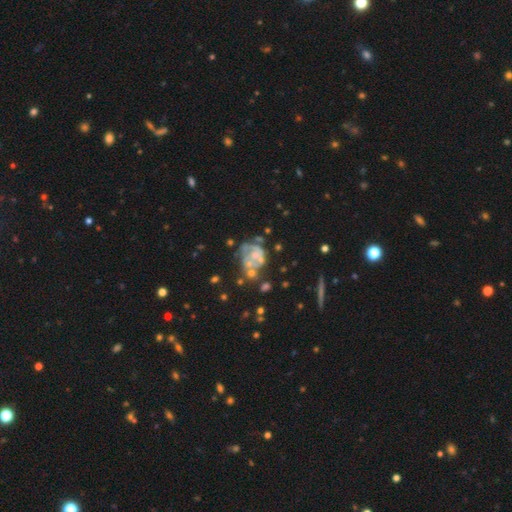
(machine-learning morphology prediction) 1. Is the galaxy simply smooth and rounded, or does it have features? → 69% featured or disk, 21% smooth, 10% star or artifact.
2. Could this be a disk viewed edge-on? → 98% no, 2% yes.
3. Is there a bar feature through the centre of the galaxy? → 85% no, 12% weak, 3% strong.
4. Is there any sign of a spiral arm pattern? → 61% no, 39% yes.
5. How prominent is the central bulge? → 49% small, 34% moderate, 14% none, 2% large, 1% dominant.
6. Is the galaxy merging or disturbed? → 28% none (tied), 28% major disturbance (tied), 23% merger, 22% minor disturbance.